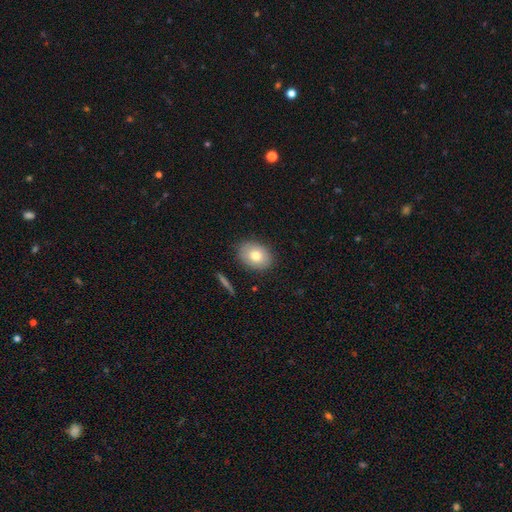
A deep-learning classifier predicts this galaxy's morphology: This is likely a smooth galaxy (76%). How rounded: likely in between (66%). Merging: clearly none (85%).